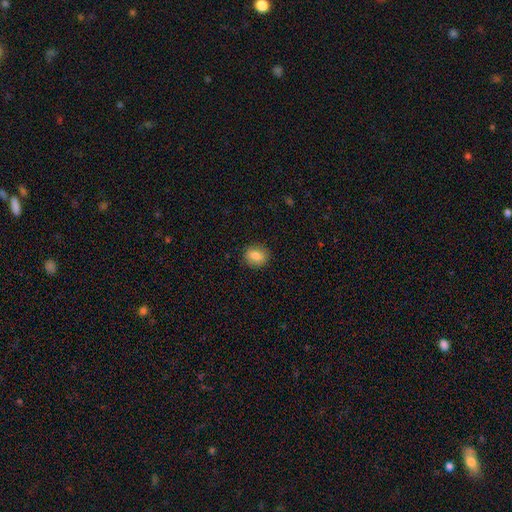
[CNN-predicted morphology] Smooth or featured: smooth — 83% (star or artifact — 9%)
How rounded: round — 68% (in between — 31%)
Merging: none — 89% (minor disturbance — 8%)